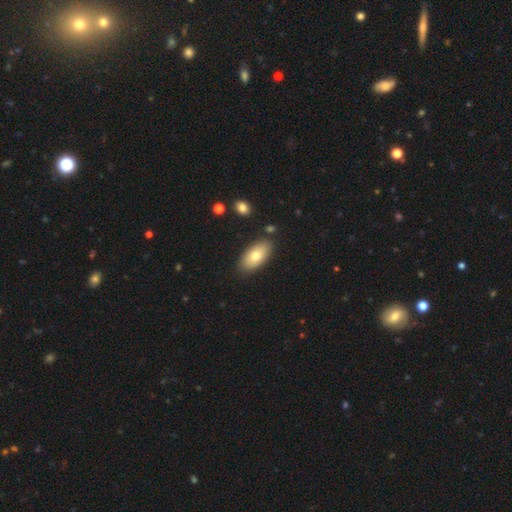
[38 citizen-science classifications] Overall: smooth (76%). How rounded: in between (90%). Merging: none (88%).